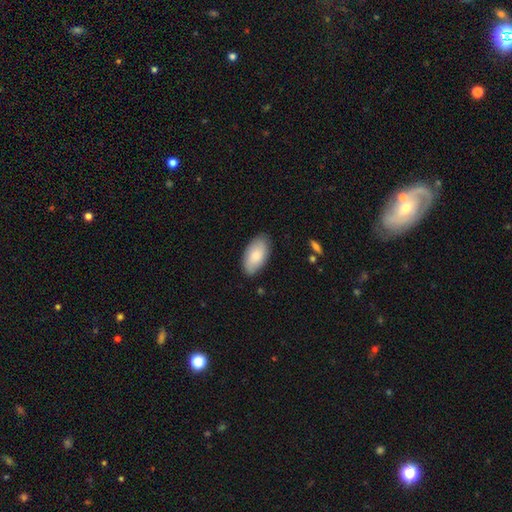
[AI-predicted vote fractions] Morphology: type=smooth (80%); roundness=in between (95%); merging=none (83%).